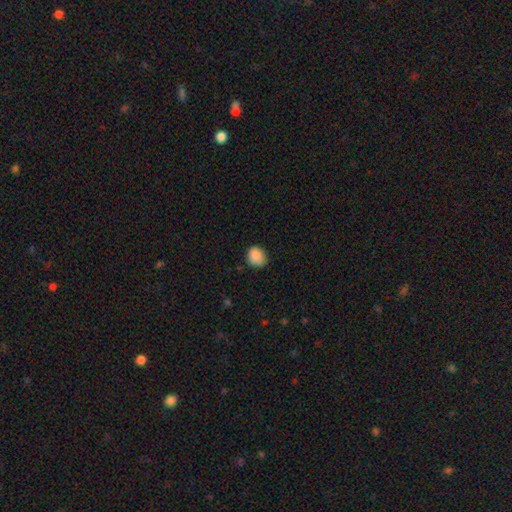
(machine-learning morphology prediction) Smooth or featured: smooth — 88% (star or artifact — 9%)
How rounded: round — 61% (in between — 38%)
Merging: none — 76% (minor disturbance — 19%)